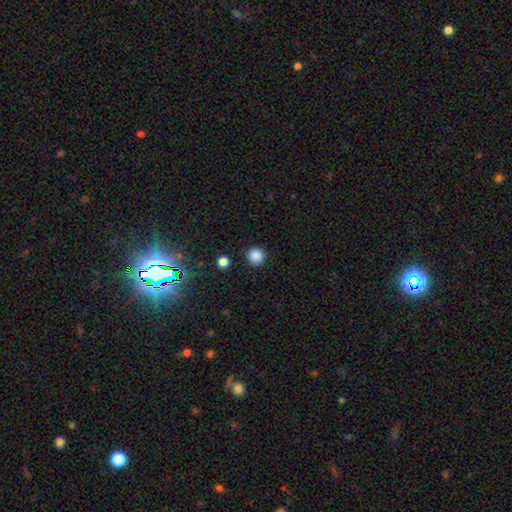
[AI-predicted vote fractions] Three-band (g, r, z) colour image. It shows a smooth galaxy with no disk features (86%) that is round (95%). Merging: none (91%).